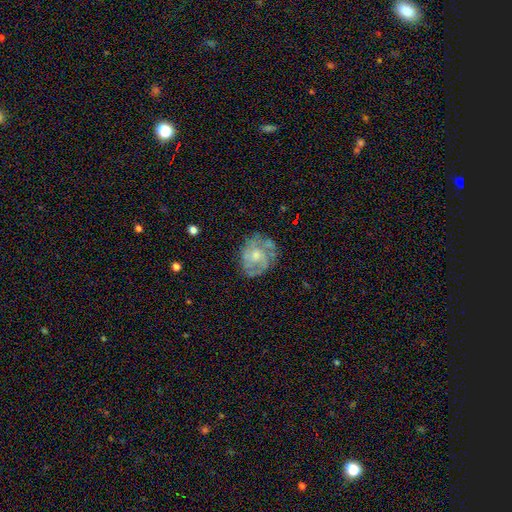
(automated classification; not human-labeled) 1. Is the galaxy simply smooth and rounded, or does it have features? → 70% featured or disk, 23% smooth, 7% star or artifact.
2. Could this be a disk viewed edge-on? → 98% no, 2% yes.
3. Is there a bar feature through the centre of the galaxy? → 79% no, 19% weak, 3% strong.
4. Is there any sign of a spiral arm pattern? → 71% yes, 29% no.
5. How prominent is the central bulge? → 53% moderate, 36% small, 6% none, 5% large, 1% dominant.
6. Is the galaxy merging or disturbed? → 68% none, 20% minor disturbance, 10% major disturbance, 2% merger.